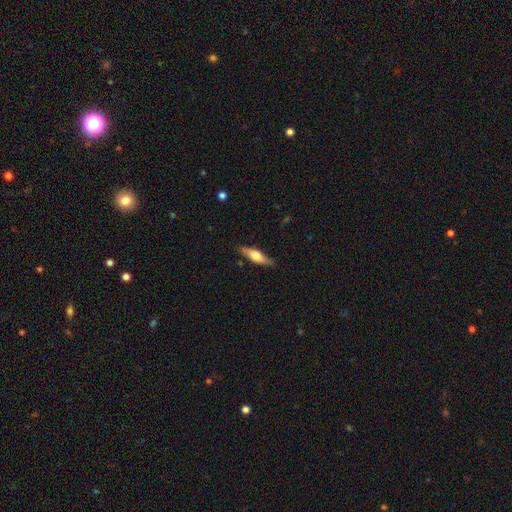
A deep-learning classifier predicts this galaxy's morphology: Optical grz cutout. It shows a smooth galaxy with no disk features (54%) that is cigar-shaped (50%). Merging: none (78%).